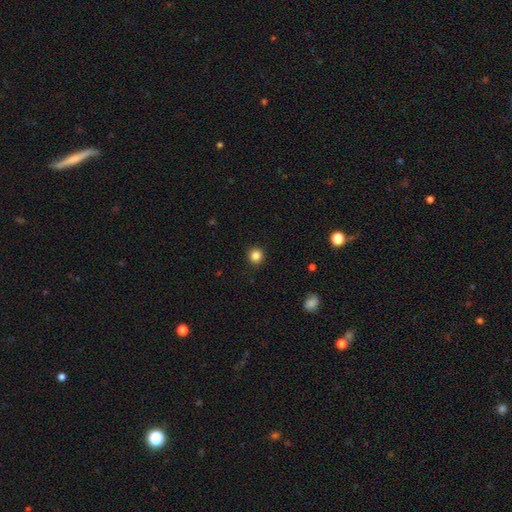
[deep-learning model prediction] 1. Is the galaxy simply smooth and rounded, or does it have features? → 85% smooth, 11% star or artifact, 4% featured or disk.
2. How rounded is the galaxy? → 93% round, 6% in between, 1% cigar-shaped.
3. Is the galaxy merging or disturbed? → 92% none, 6% minor disturbance, 2% major disturbance, 1% merger.